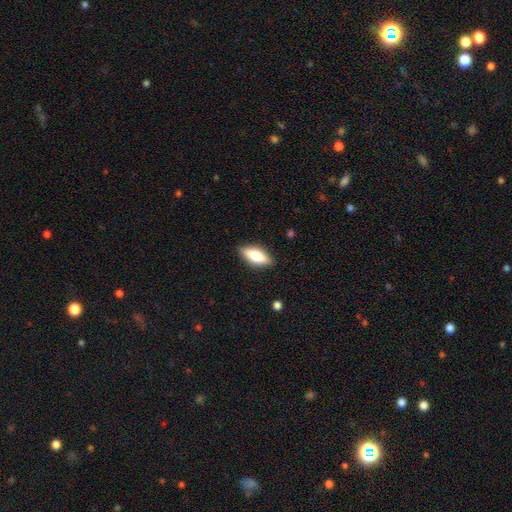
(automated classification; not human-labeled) Smooth or featured?
  - smooth: 70% *
  - featured or disk: 24%
  - star or artifact: 6%
How rounded?
  - in between: 73% *
  - cigar-shaped: 25%
  - round: 2%
Merging?
  - none: 86% *
  - minor disturbance: 10%
  - major disturbance: 2%
  - merger: 1%